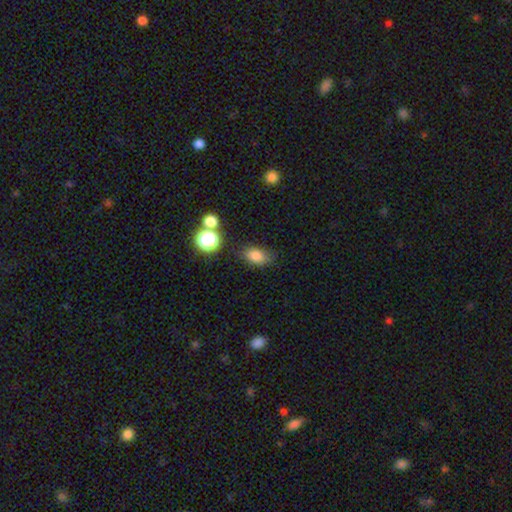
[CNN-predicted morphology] smooth-or-featured: smooth: 81% | star or artifact: 12% | featured or disk: 7%
  how-rounded: in between: 82% | round: 15% | cigar-shaped: 2%
  merging: none: 75% | minor disturbance: 16% | merger: 5% | major disturbance: 4%